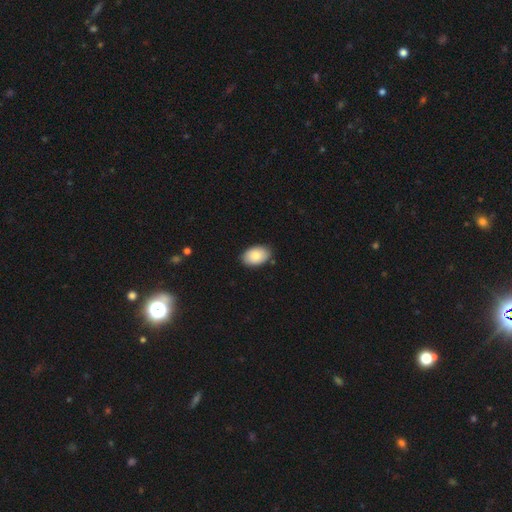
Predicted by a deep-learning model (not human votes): This is clearly a smooth galaxy (85%). How rounded: clearly in between (91%). Merging: clearly none (86%).